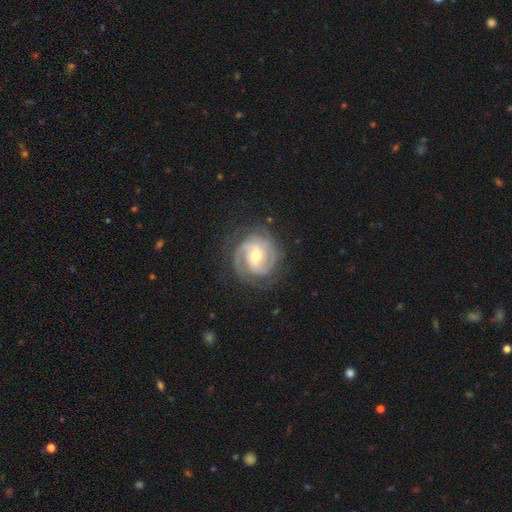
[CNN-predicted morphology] Smooth or featured? Predicted: featured or disk (p=0.90). Edge-on disk? Predicted: no (p=0.98). Bar? Predicted: no (p=0.43). Spiral arms? Predicted: yes (p=0.98). Spiral winding? Predicted: tight (p=0.65). Spiral arm count? Predicted: 2 (p=0.49). Bulge size? Predicted: moderate (p=0.62). Merging? Predicted: none (p=0.79).